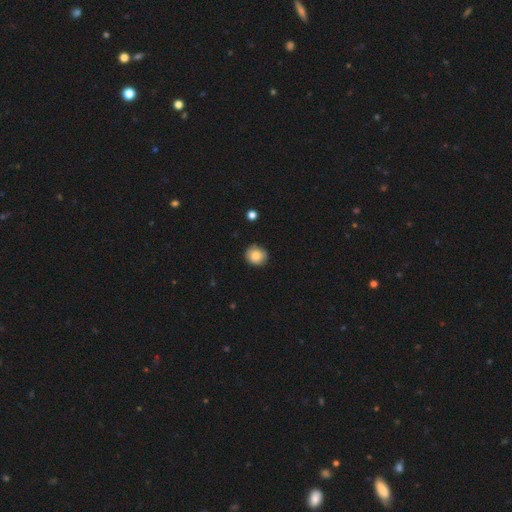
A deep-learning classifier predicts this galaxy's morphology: smooth 83%, featured or disk 8%, star or artifact 8%. Down the decision tree: how rounded — round (82%); merging — none (81%).